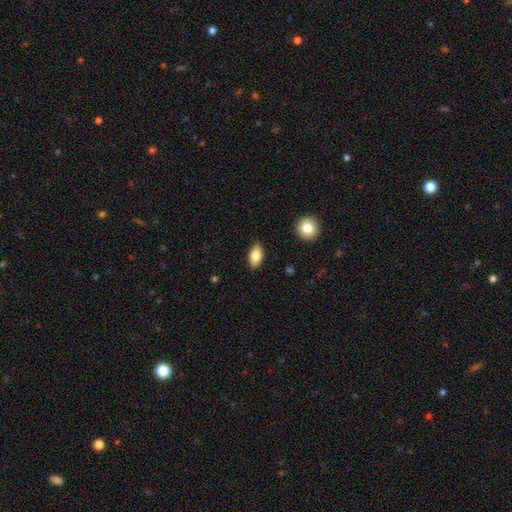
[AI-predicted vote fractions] A smooth galaxy with no disk features (81%) that is in between round and cigar-shaped (92%). Merging: none (88%).